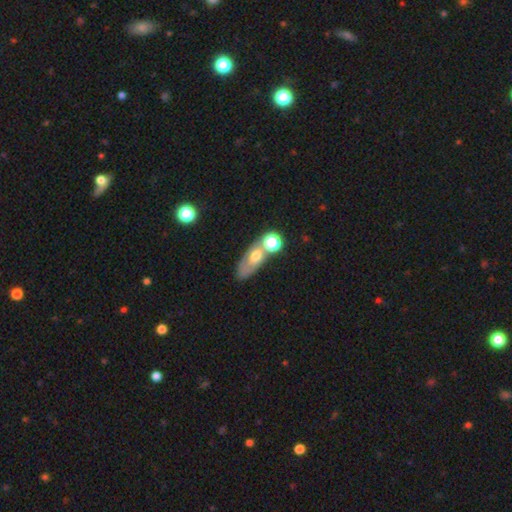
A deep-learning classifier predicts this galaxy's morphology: The model was most divided on "merging": none: 45%, merger: 32%, minor disturbance: 15%, major disturbance: 9%. More confident: how rounded — in between (68%); smooth or featured — smooth (51%).